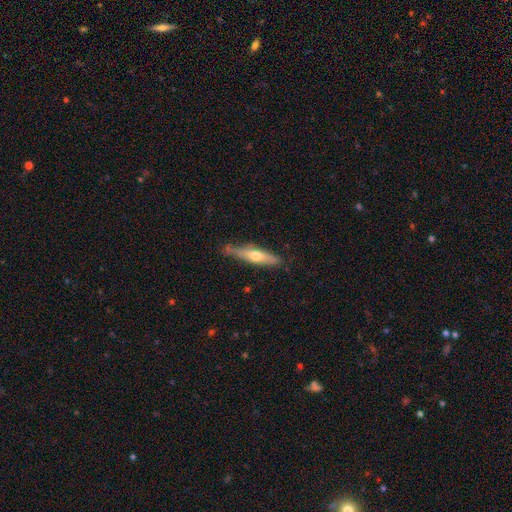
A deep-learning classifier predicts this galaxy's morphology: This is possibly a smooth galaxy (49%). Merging: likely none (72%).